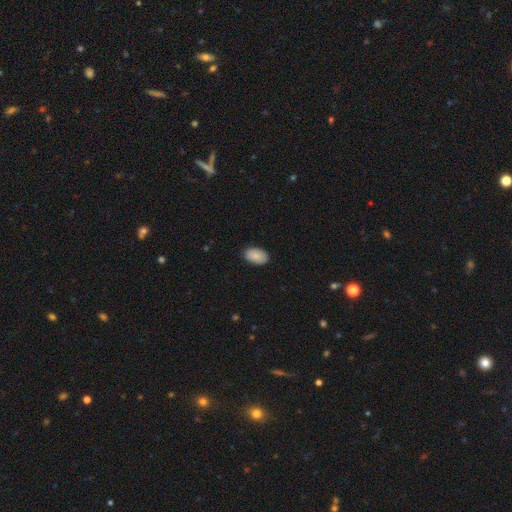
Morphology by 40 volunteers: smooth-or-featured: smooth: 88% | featured or disk: 8% | star or artifact: 5%
  how-rounded: in between: 91% | round: 9% | cigar-shaped: 0%
  merging: none: 89% | minor disturbance: 5% | major disturbance: 3% | merger: 3%